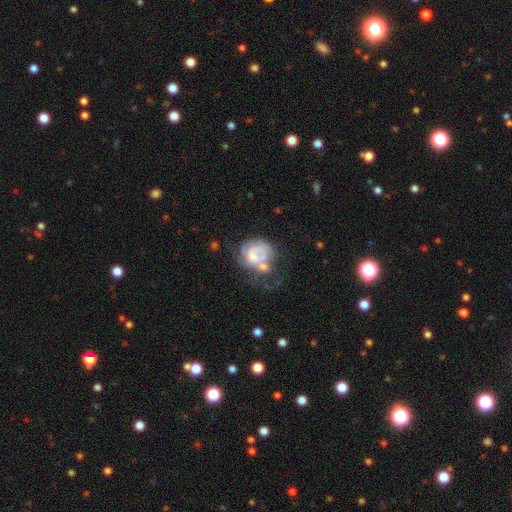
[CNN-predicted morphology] The model was most divided on "bulge size": none: 32%, moderate: 29%, small: 24%, large: 13%, dominant: 3%. Remaining: edge-on disk — no (98%); bar — no (75%); smooth or featured — featured or disk (57%); spiral arms — no (56%); merging — major disturbance (33%).